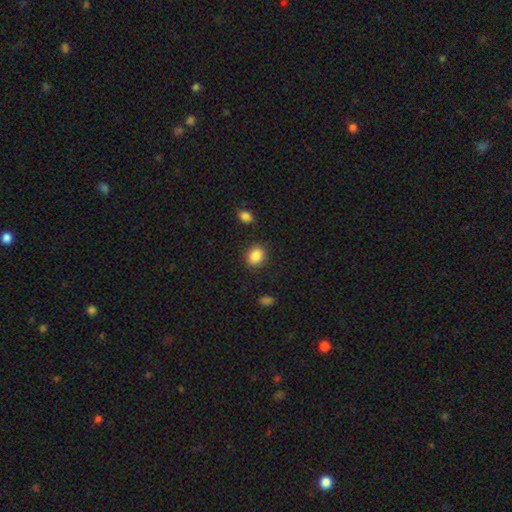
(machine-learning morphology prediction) This appears to be a smooth galaxy with no disk features (87%) that is round (53%). Merging: none (85%).